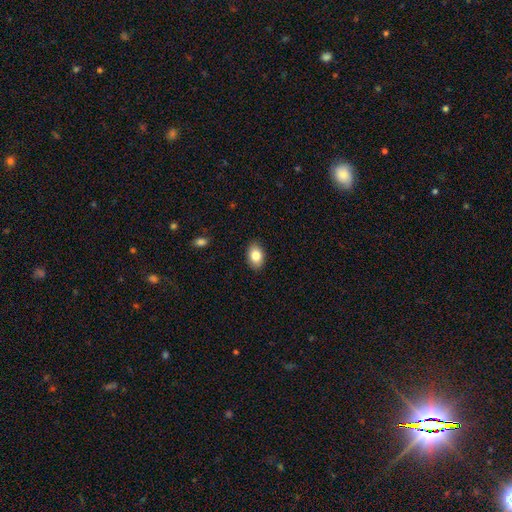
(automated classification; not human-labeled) Smooth or featured? smooth (84%)
How rounded? in between (85%)
Merging? none (88%)